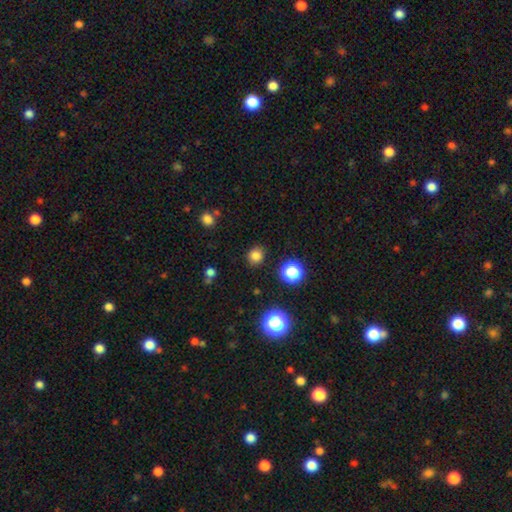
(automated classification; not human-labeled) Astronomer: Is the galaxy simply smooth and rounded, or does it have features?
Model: smooth — 80%.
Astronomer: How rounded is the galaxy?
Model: round — 84%.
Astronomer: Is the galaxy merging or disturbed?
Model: none — 86%.